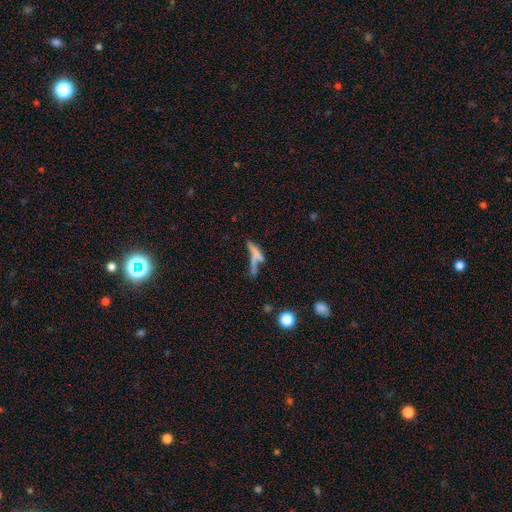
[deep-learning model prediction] Smooth or featured? Predicted: smooth (p=0.54). How rounded? Predicted: cigar-shaped (p=0.75). Merging? Predicted: merger (p=0.42).